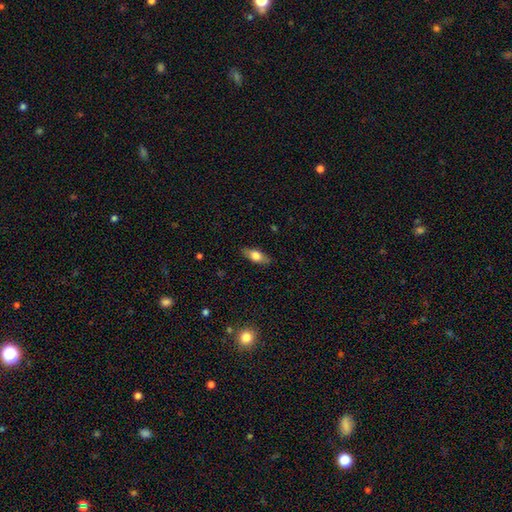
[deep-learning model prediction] smooth-or-featured: smooth: 66% | featured or disk: 27% | star or artifact: 7%
  how-rounded: in between: 74% | cigar-shaped: 23% | round: 4%
  merging: none: 85% | minor disturbance: 11% | major disturbance: 3% | merger: 1%